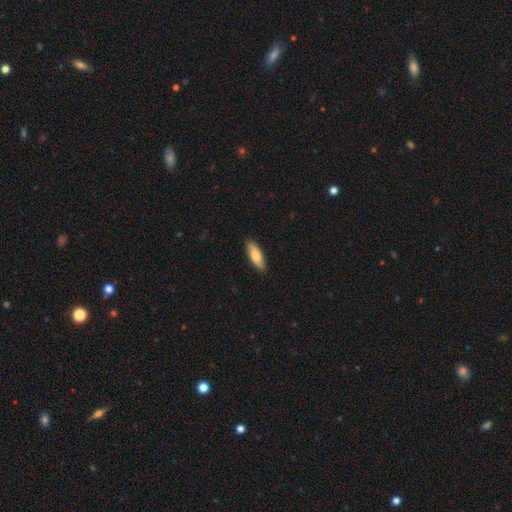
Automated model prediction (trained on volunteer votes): Smooth or featured? smooth (79%)
How rounded? in between (55%)
Merging? none (89%)